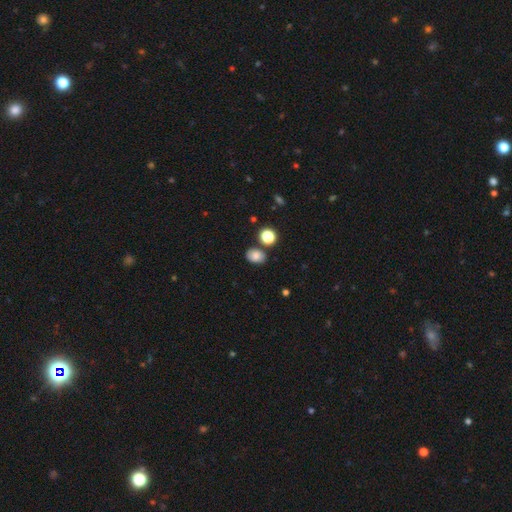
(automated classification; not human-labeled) This is likely a smooth galaxy (80%). How rounded: likely in between (69%). Merging: likely none (78%).